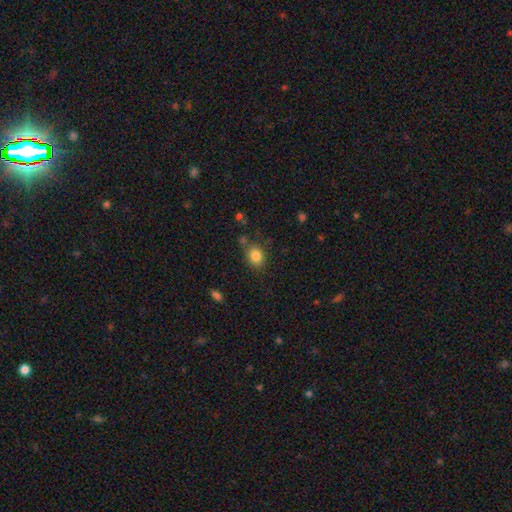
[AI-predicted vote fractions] Q: Smooth or featured?
A: smooth (83%); runner-up: star or artifact (10%)
Q: How rounded?
A: in between (50%); runner-up: round (49%)
Q: Merging?
A: none (73%); runner-up: minor disturbance (16%)